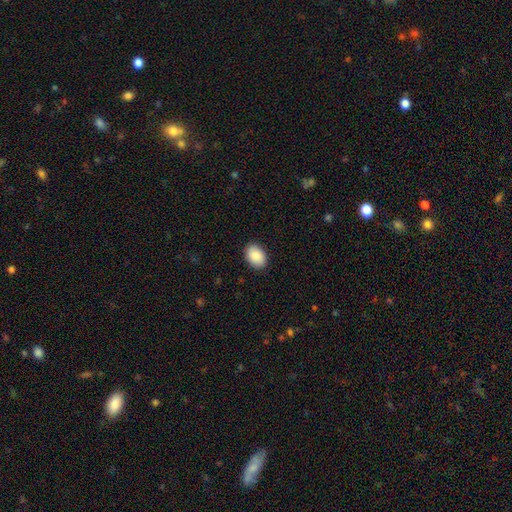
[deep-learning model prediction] smooth_or_featured: smooth (p=0.89) [alt: star or artifact p=0.06]
how_rounded: in between (p=0.84) [alt: round p=0.15]
merging: none (p=0.89) [alt: minor disturbance p=0.08]